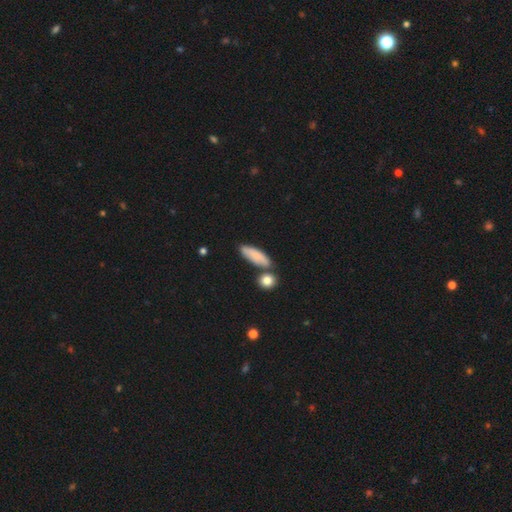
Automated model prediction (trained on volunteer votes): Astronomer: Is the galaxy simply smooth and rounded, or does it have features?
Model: smooth — 81%.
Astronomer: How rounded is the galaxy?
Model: in between — 53% (runner-up: cigar-shaped, 44%).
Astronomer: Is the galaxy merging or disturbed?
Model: none — 68%.